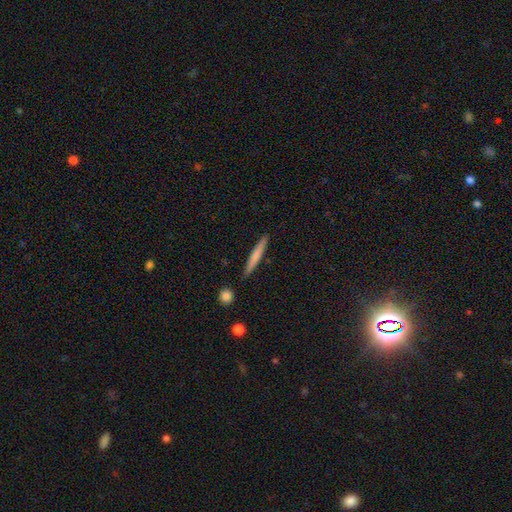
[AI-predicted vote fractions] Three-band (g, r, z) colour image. It shows a smooth galaxy with no disk features (68%) that is cigar-shaped (96%). Merging: none (89%).